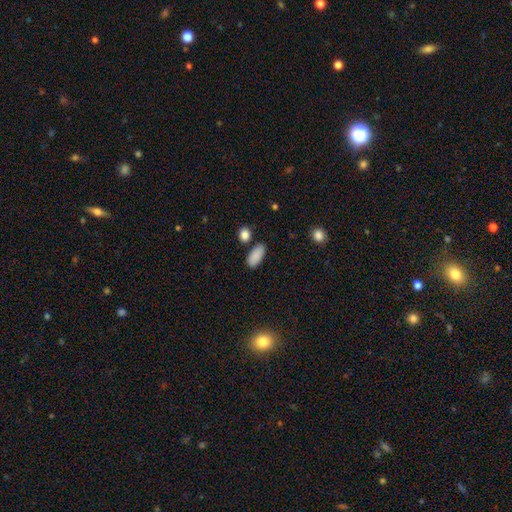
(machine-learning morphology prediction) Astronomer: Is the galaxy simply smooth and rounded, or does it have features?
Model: smooth — 88%.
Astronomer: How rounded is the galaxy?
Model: in between — 90%.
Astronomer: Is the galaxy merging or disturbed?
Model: none — 80%.